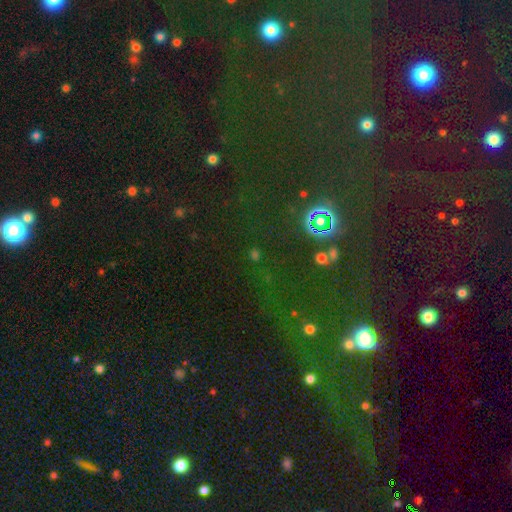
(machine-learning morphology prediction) smooth_or_featured: star or artifact (p=0.72) [alt: smooth p=0.19]